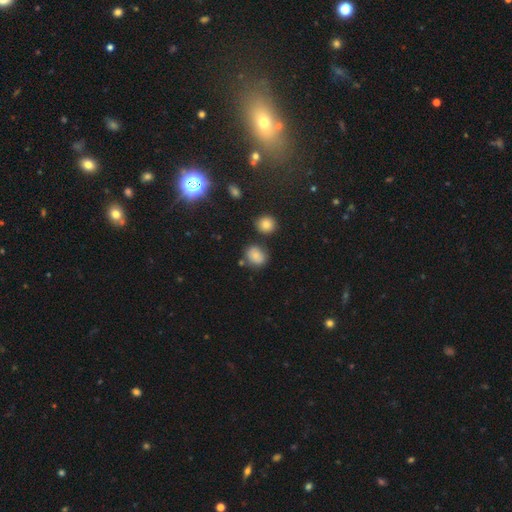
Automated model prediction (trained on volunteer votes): A smooth galaxy with no disk features (79%) that is round (56%). Merging: none (73%).